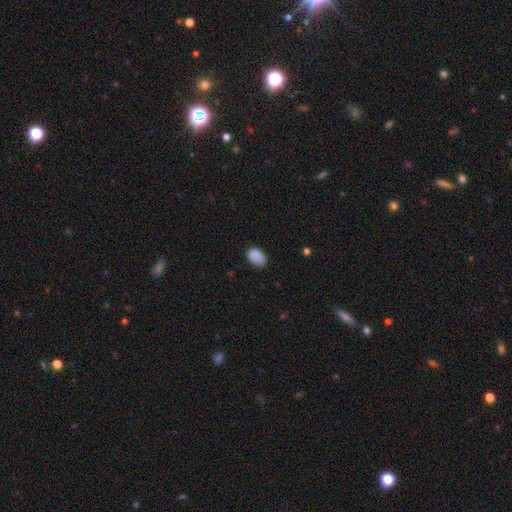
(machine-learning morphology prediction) This appears to be a smooth galaxy with no disk features (88%) that is in between round and cigar-shaped (82%). Merging: none (75%).